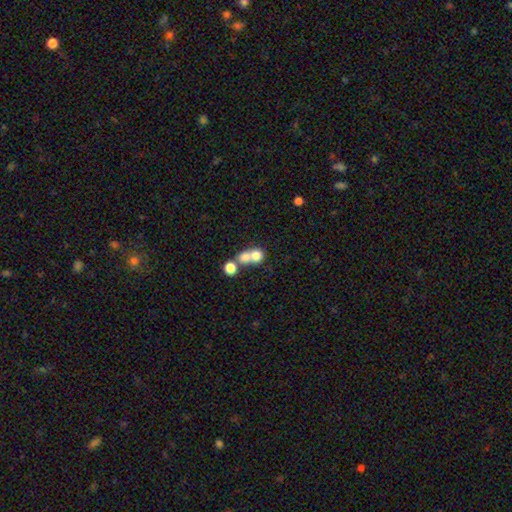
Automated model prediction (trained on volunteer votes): Overall: smooth (73%). How rounded: round (79%). Merging: merger (63%; none 28%).